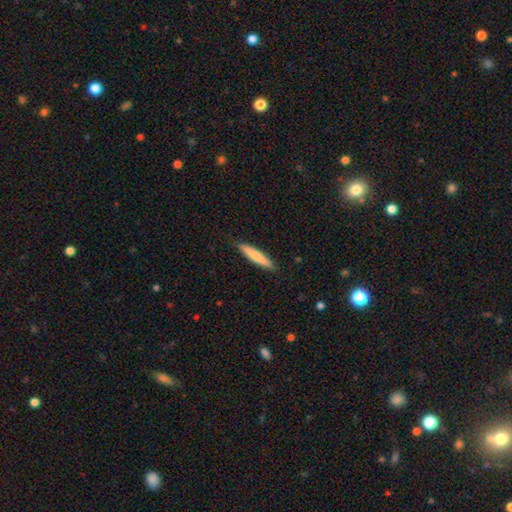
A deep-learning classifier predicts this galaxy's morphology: A smooth galaxy with no disk features (76%) that is cigar-shaped (90%). Merging: none (89%).